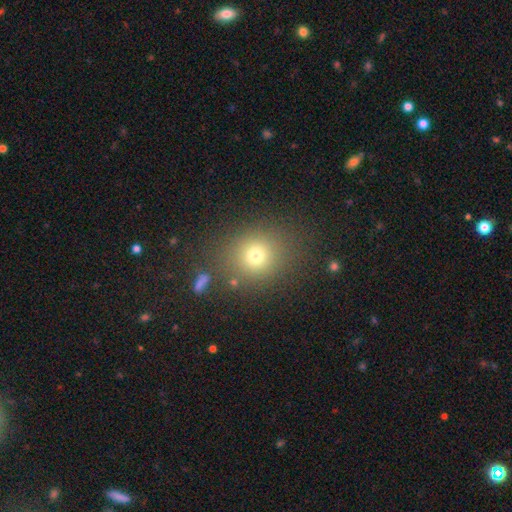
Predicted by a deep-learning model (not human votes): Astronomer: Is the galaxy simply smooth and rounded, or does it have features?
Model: smooth — 73%.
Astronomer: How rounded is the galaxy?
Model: round — 75%.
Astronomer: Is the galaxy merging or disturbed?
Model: none — 79%.